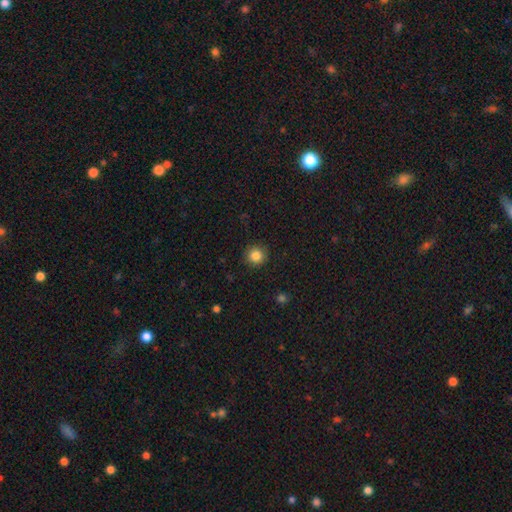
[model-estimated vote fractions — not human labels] smooth_or_featured: smooth (p=0.84) [alt: star or artifact p=0.11]
how_rounded: round (p=0.94) [alt: in between p=0.05]
merging: none (p=0.91) [alt: minor disturbance p=0.06]